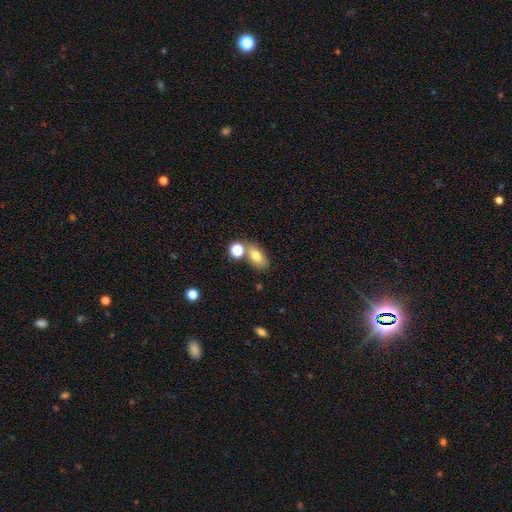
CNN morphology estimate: smooth_or_featured: smooth (p=0.77) [alt: featured or disk p=0.13]
how_rounded: in between (p=0.83) [alt: round p=0.12]
merging: none (p=0.58) [alt: merger p=0.25]